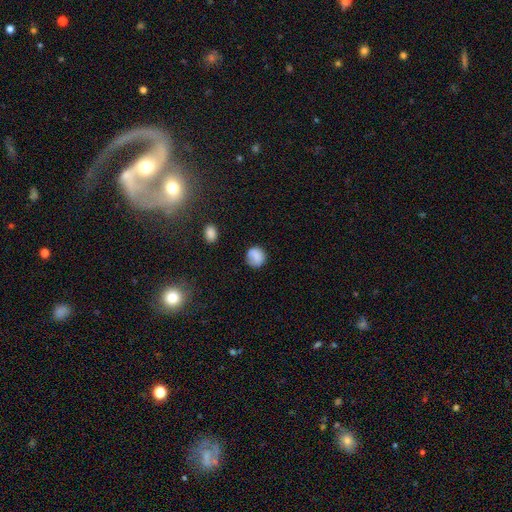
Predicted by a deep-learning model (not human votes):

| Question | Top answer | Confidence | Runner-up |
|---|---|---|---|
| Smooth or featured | smooth | 81% | featured or disk (10%) |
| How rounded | round | 85% | in between (14%) |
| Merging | none | 75% | minor disturbance (17%) |